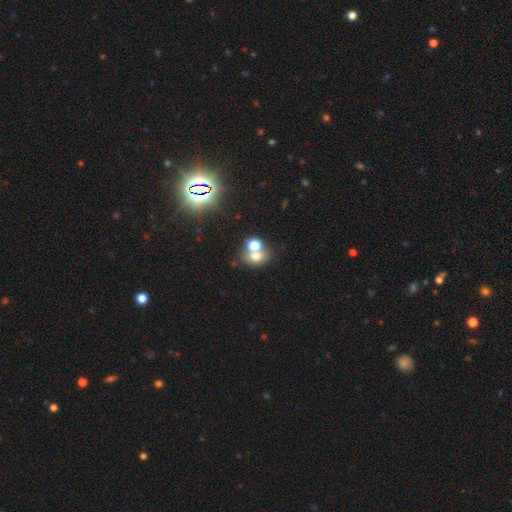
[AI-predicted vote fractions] smooth_or_featured: smooth (p=0.65) [alt: star or artifact p=0.19]
how_rounded: round (p=0.56) [alt: in between p=0.43]
merging: merger (p=0.46) [alt: none p=0.41]